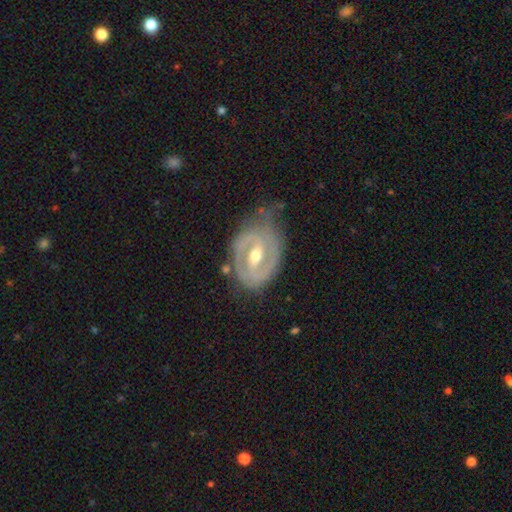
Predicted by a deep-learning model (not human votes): featured or disk 86%, smooth 9%, star or artifact 5%. Down the decision tree: edge-on disk — no (96%); bar — weak (42%); spiral arms — yes (89%); spiral arm count — 2 (76%); spiral winding — tight (58%); bulge size — moderate (69%); merging — none (59%).